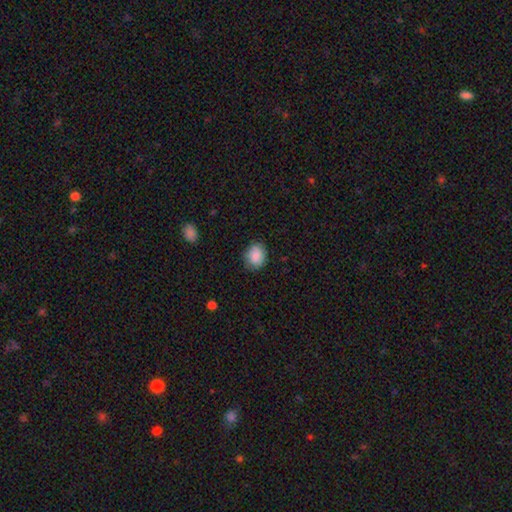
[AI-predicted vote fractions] A smooth galaxy with no disk features (88%) that is in between round and cigar-shaped (50%).

Vote fractions:
- Smooth or featured? smooth: 88% / star or artifact: 7% / featured or disk: 5%
- How rounded? in between: 50% / round: 49% / cigar-shaped: 1%
- Merging? none: 81% / minor disturbance: 15% / major disturbance: 3% / merger: 1%